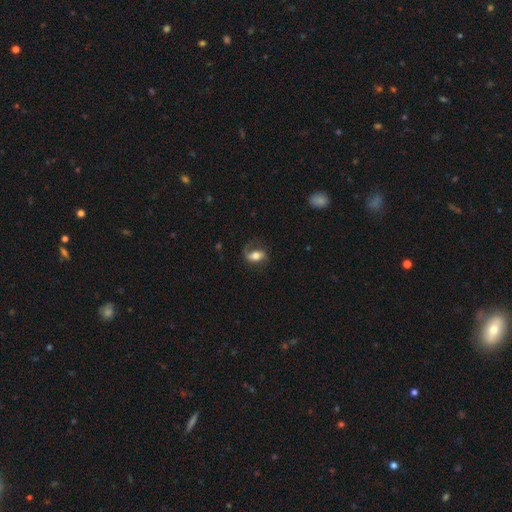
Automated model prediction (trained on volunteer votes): featured or disk 46% (tied), smooth 46% (tied), star or artifact 8%. Down the decision tree: merging — none (53%).